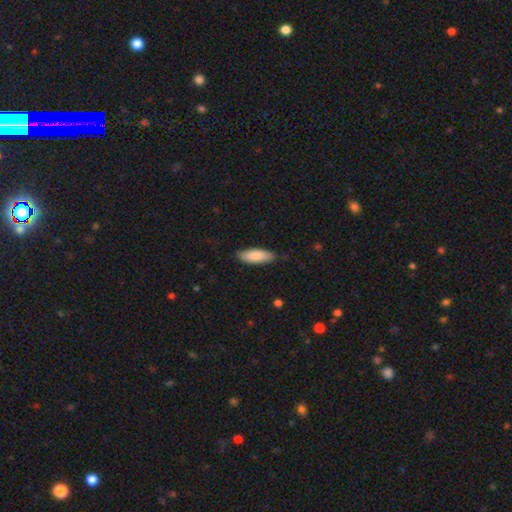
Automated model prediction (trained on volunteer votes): Q: Smooth or featured?
A: smooth (85%); runner-up: featured or disk (10%)
Q: How rounded?
A: in between (68%); runner-up: cigar-shaped (30%)
Q: Merging?
A: none (83%); runner-up: minor disturbance (13%)